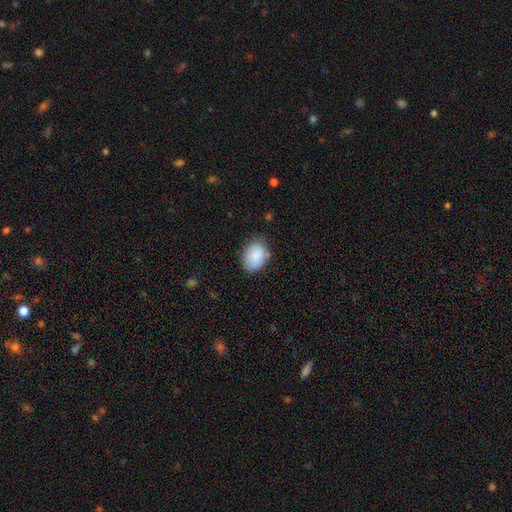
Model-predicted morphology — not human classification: Smooth or featured? smooth (86%)
How rounded? in between (72%)
Merging? none (73%)